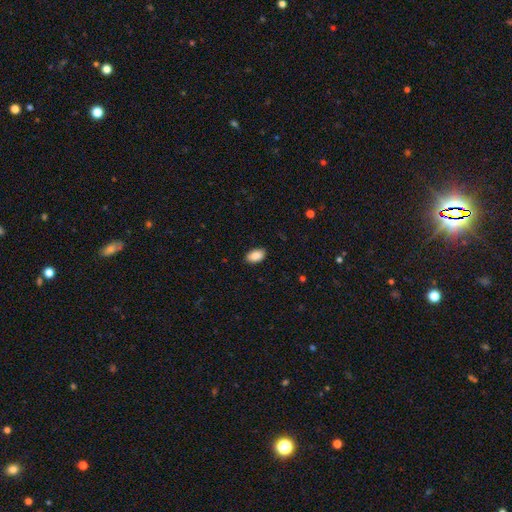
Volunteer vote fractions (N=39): smooth-or-featured: smooth: 87% | featured or disk: 8% | star or artifact: 5%
  how-rounded: in between: 97% | round: 3% | cigar-shaped: 0%
  merging: none: 97% | major disturbance: 3% | minor disturbance: 0% | merger: 0%